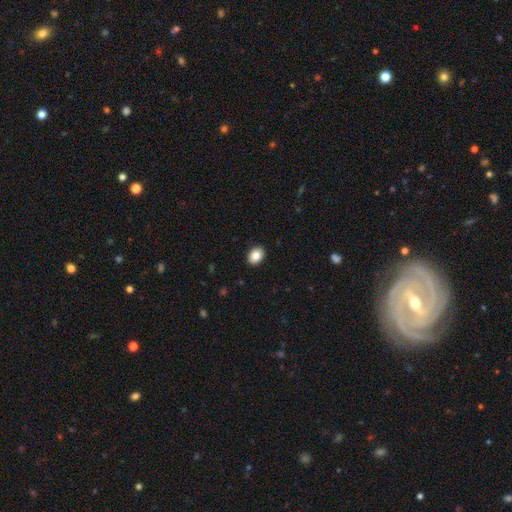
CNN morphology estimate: A smooth galaxy with no disk features (85%) that is in between round and cigar-shaped (73%).

Vote fractions:
- Smooth or featured? smooth: 85% / star or artifact: 8% / featured or disk: 7%
- How rounded? in between: 73% / round: 26% / cigar-shaped: 1%
- Merging? none: 91% / minor disturbance: 7% / major disturbance: 2% / merger: 1%